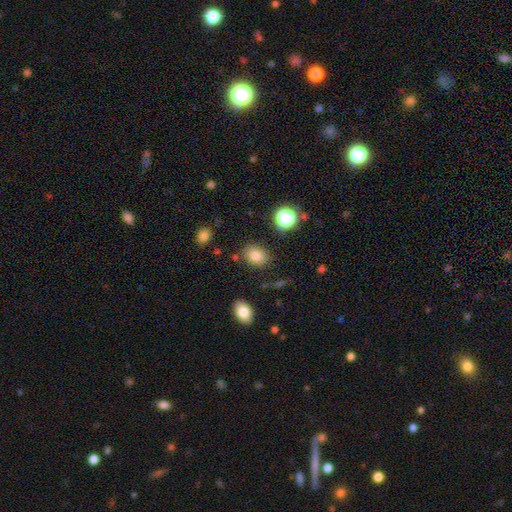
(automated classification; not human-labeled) Smooth or featured? Predicted: smooth (p=0.82). How rounded? Predicted: in between (p=0.61). Merging? Predicted: none (p=0.81).